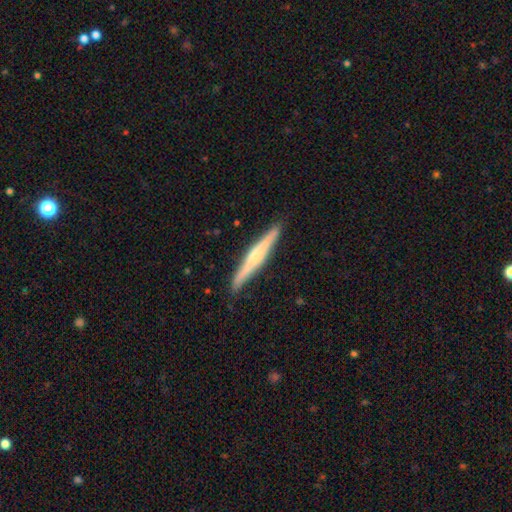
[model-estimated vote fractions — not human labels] A featured or disk galaxy (62%) viewed edge-on (97%) with a rounded central bulge (62%). Merging: none (90%).